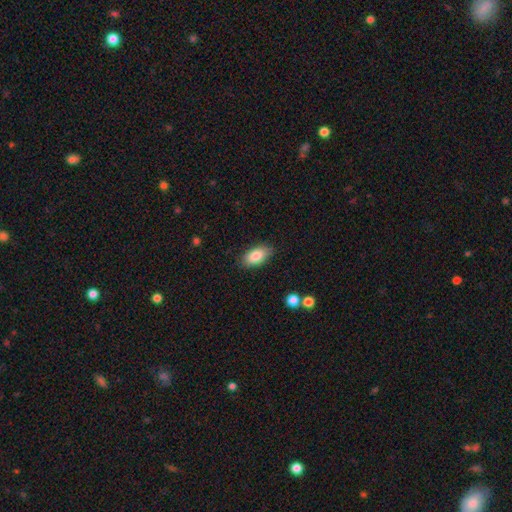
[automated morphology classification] A smooth galaxy with no disk features (84%) that is in between round and cigar-shaped (91%). Merging: none (85%).